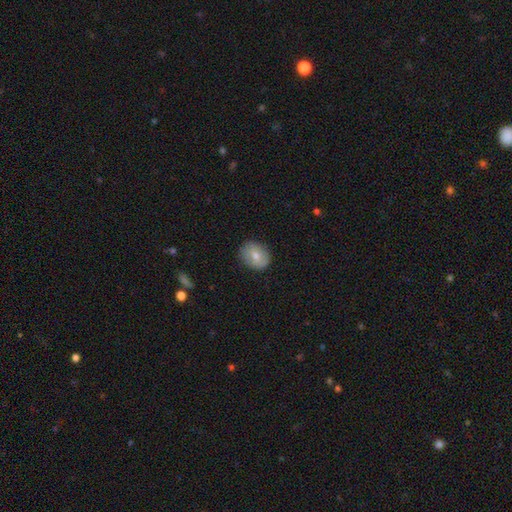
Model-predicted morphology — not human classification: Smooth or featured?
  - smooth: 63% *
  - featured or disk: 29%
  - star or artifact: 8%
How rounded?
  - round: 56% *
  - in between: 43%
  - cigar-shaped: 1%
Merging?
  - none: 83% *
  - minor disturbance: 13%
  - major disturbance: 3%
  - merger: 1%